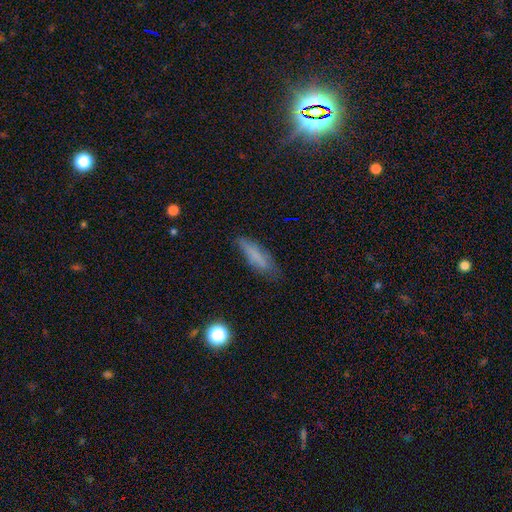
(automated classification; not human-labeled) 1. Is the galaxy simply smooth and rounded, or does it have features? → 74% smooth, 16% featured or disk, 11% star or artifact.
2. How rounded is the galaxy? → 67% cigar-shaped, 31% in between, 2% round.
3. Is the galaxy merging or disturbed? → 70% none, 22% minor disturbance, 6% major disturbance, 2% merger.